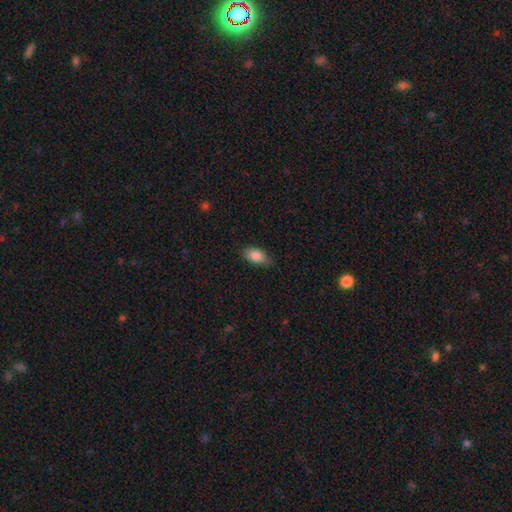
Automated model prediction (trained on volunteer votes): Smooth or featured? Predicted: smooth (p=0.85). How rounded? Predicted: in between (p=0.90). Merging? Predicted: none (p=0.77).